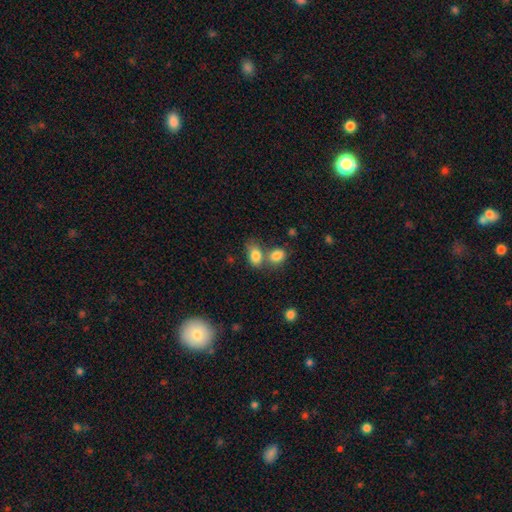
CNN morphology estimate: smooth-or-featured: smooth: 82% | star or artifact: 9% | featured or disk: 9%
  how-rounded: in between: 80% | round: 19% | cigar-shaped: 2%
  merging: merger: 43% | none: 40% | minor disturbance: 12% | major disturbance: 5%